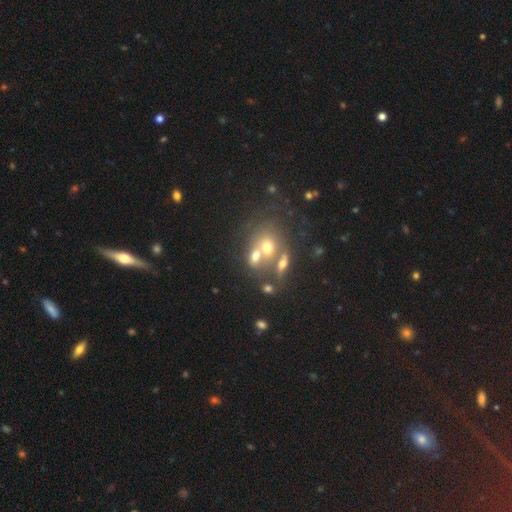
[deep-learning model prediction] smooth_or_featured: smooth (p=0.60) [alt: featured or disk p=0.25]
how_rounded: in between (p=0.55) [alt: round p=0.43]
merging: merger (p=0.58) [alt: none p=0.27]